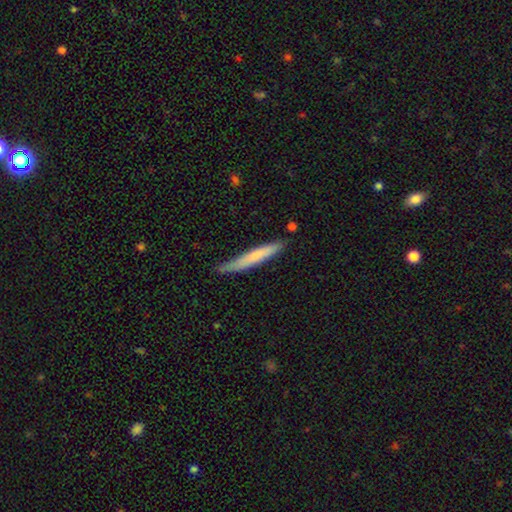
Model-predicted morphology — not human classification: Smooth or featured?
  - smooth: 68% *
  - featured or disk: 27%
  - star or artifact: 5%
How rounded?
  - cigar-shaped: 95% *
  - in between: 4%
  - round: 1%
Merging?
  - none: 76% *
  - minor disturbance: 18%
  - major disturbance: 3%
  - merger: 2%